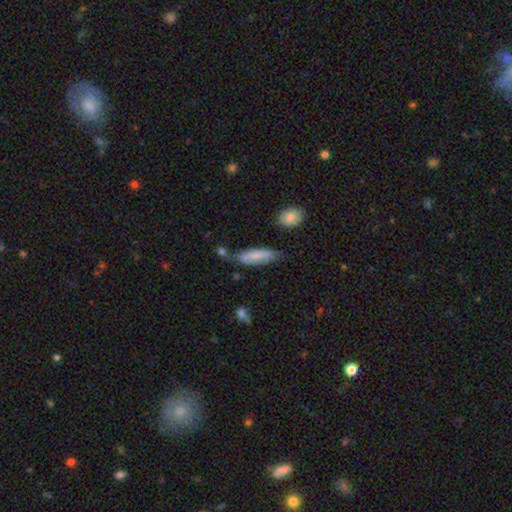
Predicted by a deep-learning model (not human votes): A smooth galaxy with no disk features (74%) that is cigar-shaped (52%).

Vote fractions:
- Smooth or featured? smooth: 74% / featured or disk: 20% / star or artifact: 7%
- How rounded? cigar-shaped: 52% / in between: 46% / round: 2%
- Merging? none: 58% / minor disturbance: 26% / merger: 9% / major disturbance: 7%